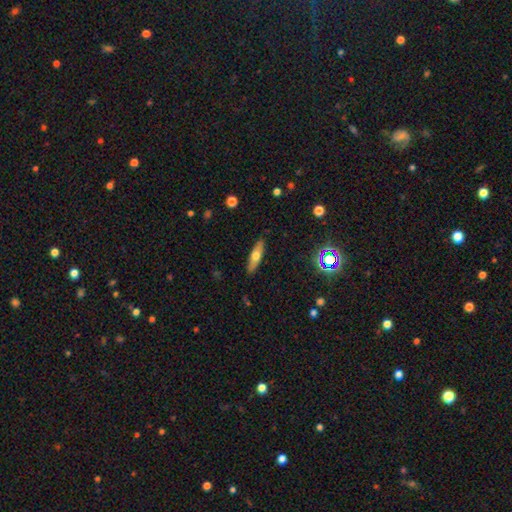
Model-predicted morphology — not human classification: This appears to be a smooth galaxy with no disk features (51%) that is cigar-shaped (66%). Merging: none (89%).